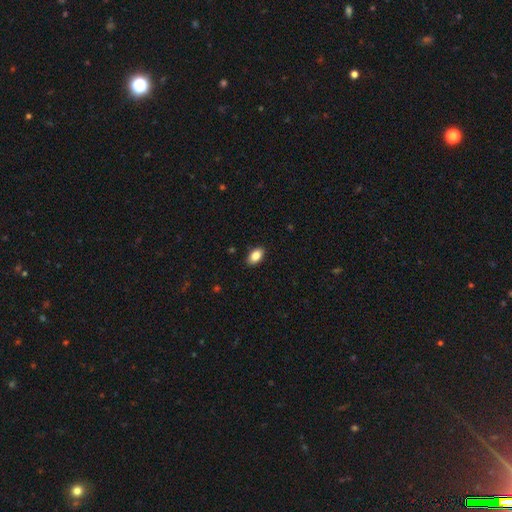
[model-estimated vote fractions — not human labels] Smooth or featured: smooth — 87% (star or artifact — 8%)
How rounded: in between — 91% (round — 7%)
Merging: none — 89% (minor disturbance — 8%)